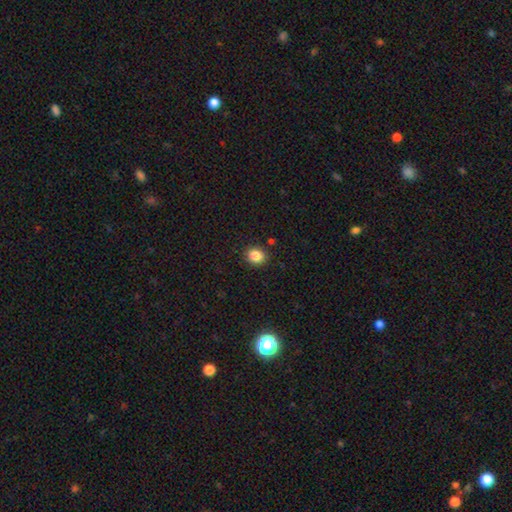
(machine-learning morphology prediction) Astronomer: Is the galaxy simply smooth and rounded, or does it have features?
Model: smooth — 85%.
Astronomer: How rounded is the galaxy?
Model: round — 67%.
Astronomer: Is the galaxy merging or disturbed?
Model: none — 88%.